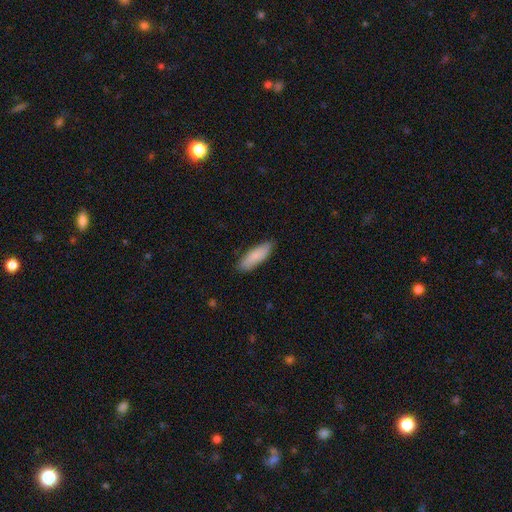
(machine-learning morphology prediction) Smooth or featured? Predicted: smooth (p=0.86). How rounded? Predicted: in between (p=0.52). Merging? Predicted: none (p=0.84).